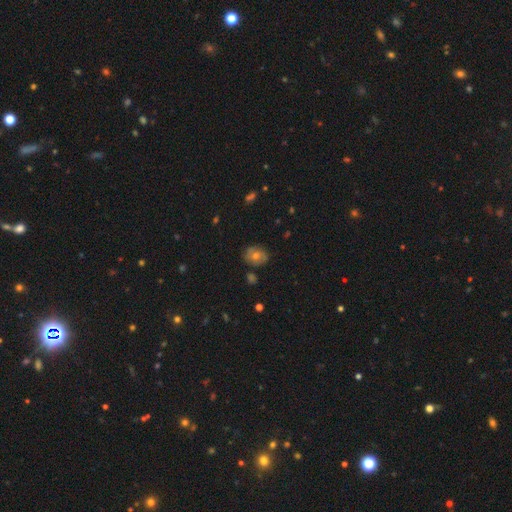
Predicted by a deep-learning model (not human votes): smooth-or-featured: smooth: 52% | featured or disk: 33% | star or artifact: 15%
  how-rounded: in between: 54% | round: 45% | cigar-shaped: 1%
  merging: none: 77% | minor disturbance: 17% | major disturbance: 4% | merger: 3%